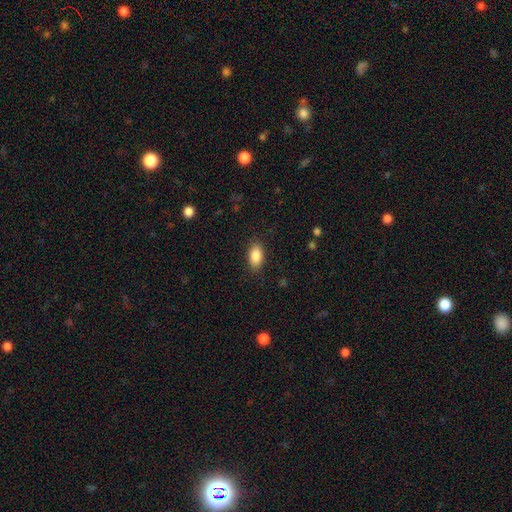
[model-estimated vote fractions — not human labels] smooth-or-featured: smooth: 88% | star or artifact: 7% | featured or disk: 5%
  how-rounded: in between: 92% | round: 4% | cigar-shaped: 4%
  merging: none: 87% | minor disturbance: 9% | major disturbance: 3% | merger: 1%